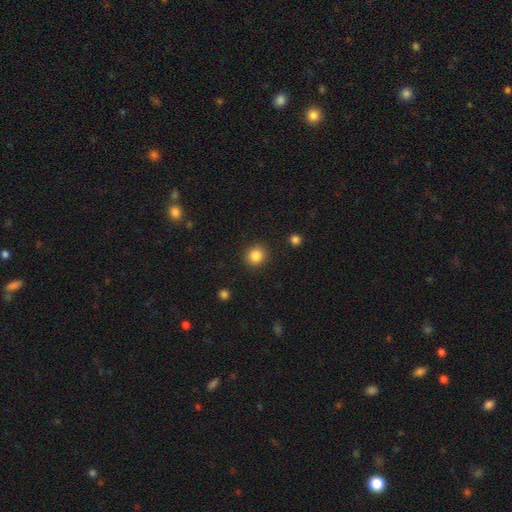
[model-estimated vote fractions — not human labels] Q: Smooth or featured?
A: smooth (86%); runner-up: star or artifact (10%)
Q: How rounded?
A: round (86%); runner-up: in between (13%)
Q: Merging?
A: none (90%); runner-up: minor disturbance (6%)